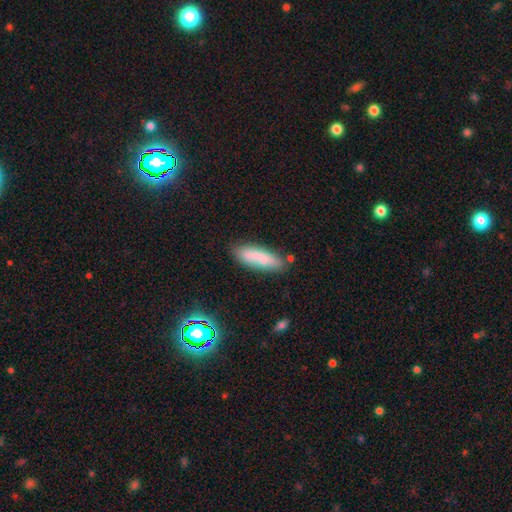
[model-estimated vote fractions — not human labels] The model was most divided on "how rounded": cigar-shaped: 54%, in between: 44%, round: 2%. More confident: smooth or featured — smooth (75%); merging — none (75%).